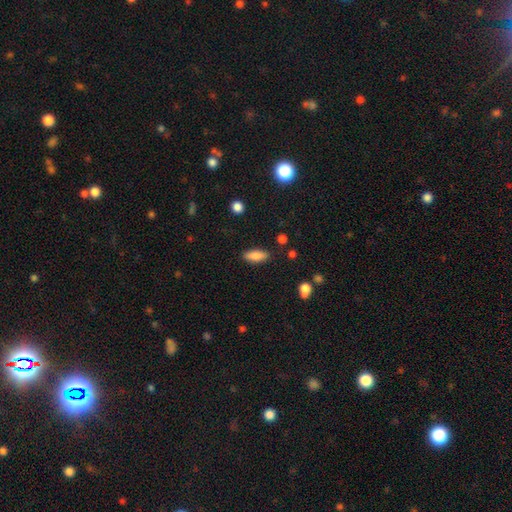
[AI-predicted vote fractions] Q: Smooth or featured?
A: smooth (84%); runner-up: featured or disk (9%)
Q: How rounded?
A: in between (71%); runner-up: cigar-shaped (27%)
Q: Merging?
A: none (86%); runner-up: minor disturbance (10%)